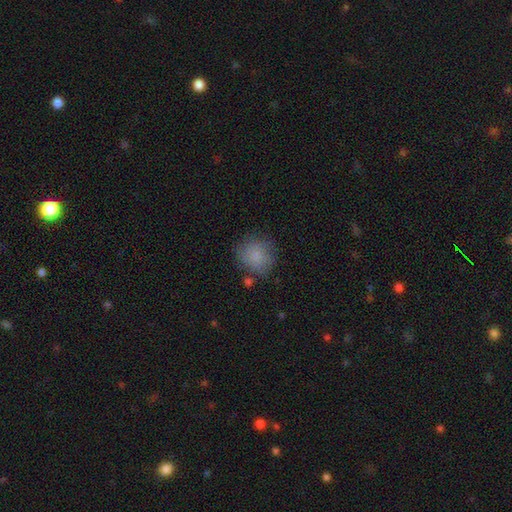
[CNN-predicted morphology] smooth 80%, featured or disk 10%, star or artifact 10%. Down the decision tree: how rounded — round (85%); merging — none (71%).